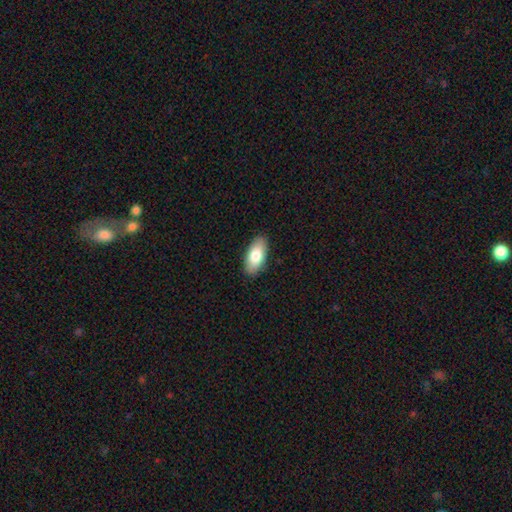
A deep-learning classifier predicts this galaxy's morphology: Smooth or featured?
  - smooth: 80% *
  - featured or disk: 14%
  - star or artifact: 6%
How rounded?
  - in between: 91% *
  - cigar-shaped: 7%
  - round: 2%
Merging?
  - none: 89% *
  - minor disturbance: 8%
  - major disturbance: 2%
  - merger: 1%